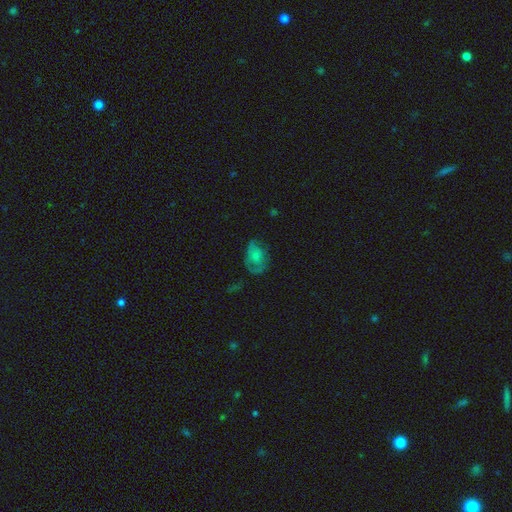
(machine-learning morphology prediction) Overall: smooth (53%; featured or disk 37%). How rounded: in between (70%). Merging: none (44%; minor disturbance 31%).